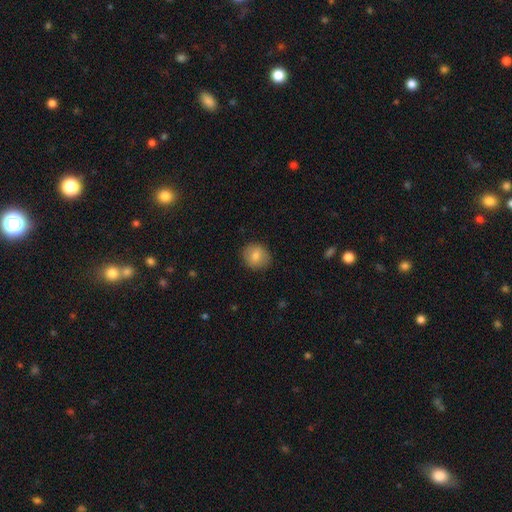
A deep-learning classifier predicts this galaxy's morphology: This appears to be a smooth galaxy with no disk features (79%) that is round (78%). Merging: none (86%).